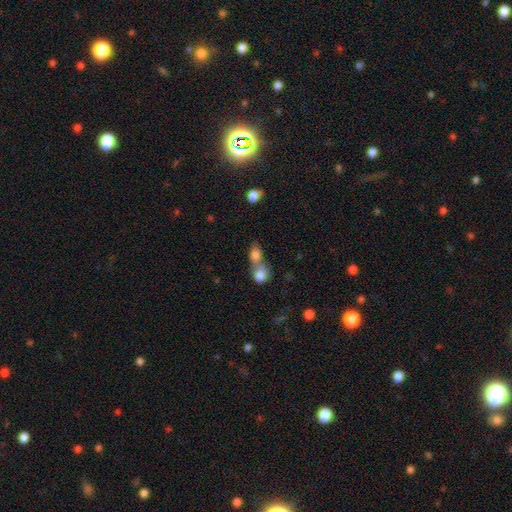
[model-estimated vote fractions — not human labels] Smooth or featured: smooth — 80% (featured or disk — 10%)
How rounded: in between — 62% (round — 34%)
Merging: merger — 65% (none — 24%)